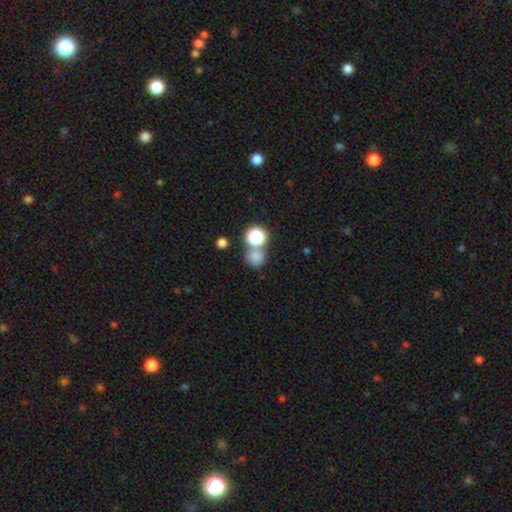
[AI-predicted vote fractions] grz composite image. It shows a smooth galaxy with no disk features (73%) that is round (85%). Merging: none (59%).